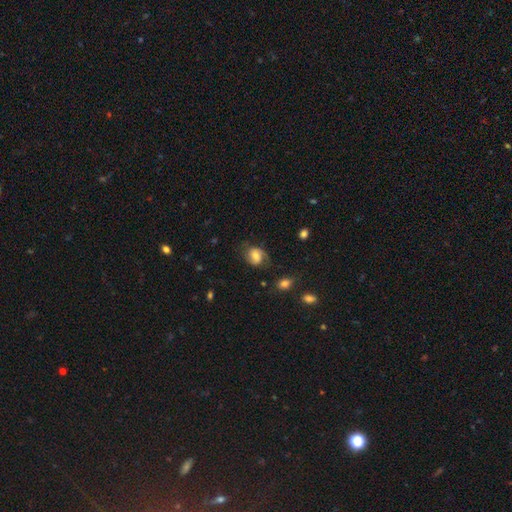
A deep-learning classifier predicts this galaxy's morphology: This is possibly a featured or disk galaxy (49%). Merging: possibly none (60%).